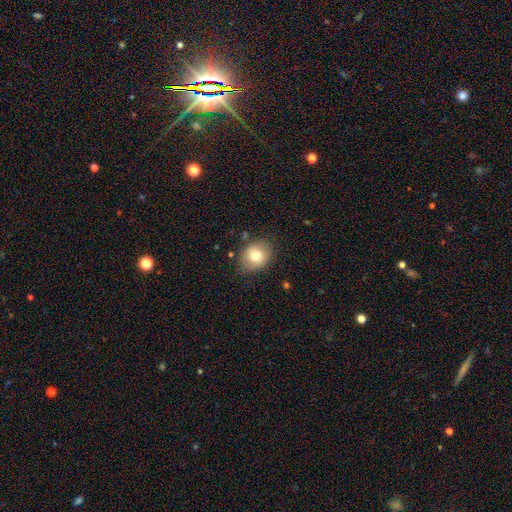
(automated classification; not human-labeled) Q: Smooth or featured?
A: smooth (77%); runner-up: featured or disk (14%)
Q: How rounded?
A: round (53%); runner-up: in between (46%)
Q: Merging?
A: none (79%); runner-up: minor disturbance (16%)